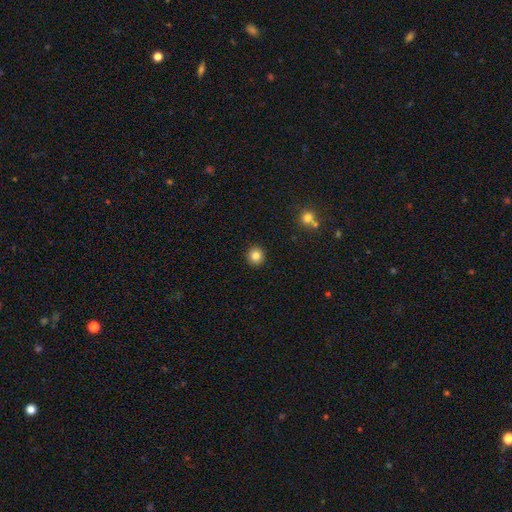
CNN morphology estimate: Smooth or featured? Predicted: smooth (p=0.83). How rounded? Predicted: round (p=0.94). Merging? Predicted: none (p=0.93).